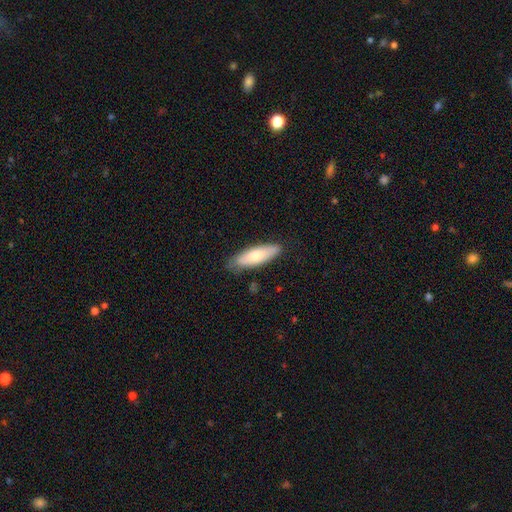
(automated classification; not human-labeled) Smooth or featured?
  - smooth: 72% *
  - featured or disk: 23%
  - star or artifact: 6%
How rounded?
  - in between: 57% *
  - cigar-shaped: 41%
  - round: 2%
Merging?
  - none: 80% *
  - minor disturbance: 16%
  - major disturbance: 3%
  - merger: 1%